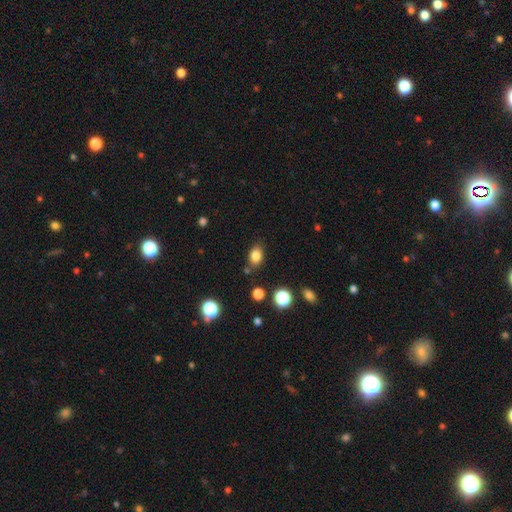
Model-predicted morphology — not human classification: smooth 82%, star or artifact 11%, featured or disk 6%. Down the decision tree: how rounded — in between (74%); merging — none (78%).